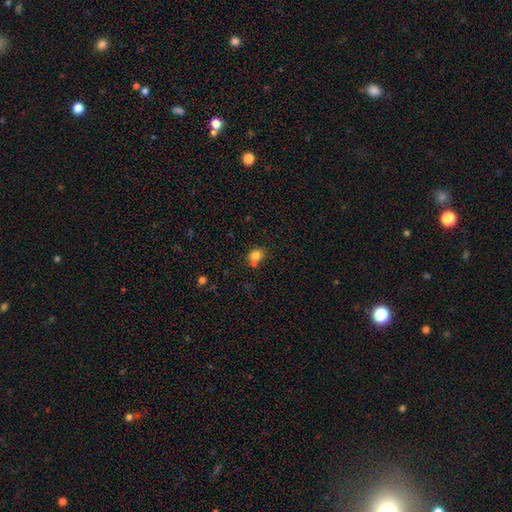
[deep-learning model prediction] This appears to be a smooth galaxy with no disk features (80%) that is round (64%). Merging: none (53%).